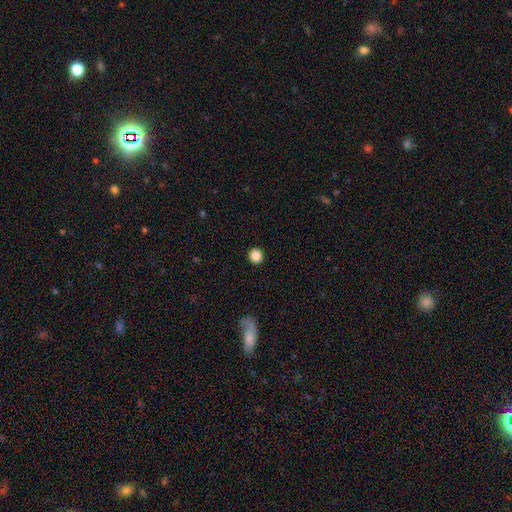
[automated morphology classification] smooth 86%, star or artifact 10%, featured or disk 4%. Down the decision tree: how rounded — round (94%); merging — none (93%).